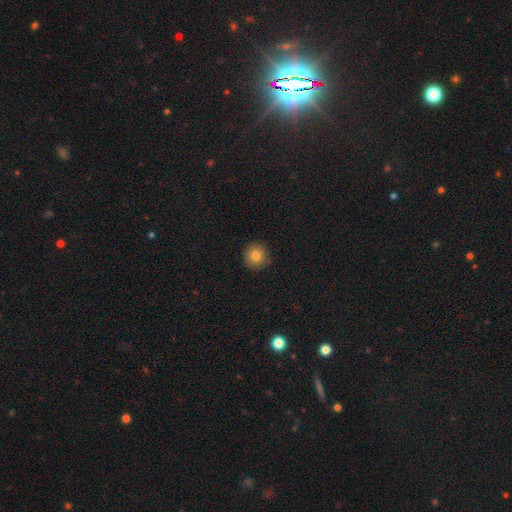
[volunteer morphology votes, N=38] Q: Smooth or featured?
A: smooth (76%); runner-up: featured or disk (18%)
Q: How rounded?
A: round (100%)
Q: Merging?
A: none (97%); runner-up: minor disturbance (3%)